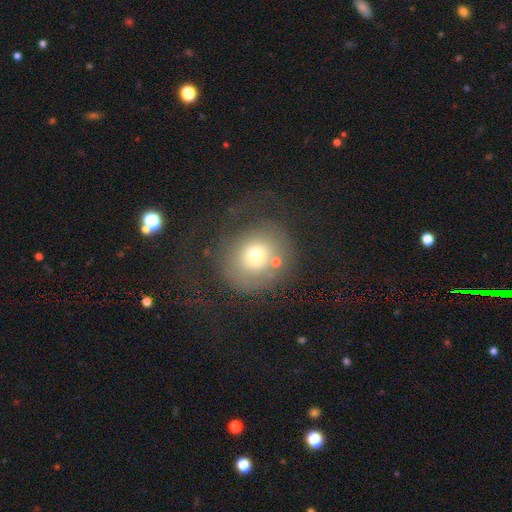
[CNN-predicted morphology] Overall: smooth (60%; featured or disk 28%). How rounded: round (85%). Merging: none (45%; major disturbance 32%).